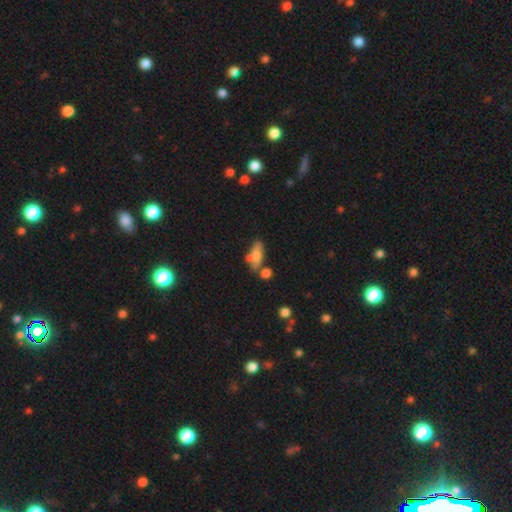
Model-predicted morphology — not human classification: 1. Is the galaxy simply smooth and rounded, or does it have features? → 68% smooth, 23% featured or disk, 10% star or artifact.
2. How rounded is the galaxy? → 65% in between, 30% cigar-shaped, 5% round.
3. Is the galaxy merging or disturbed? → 47% none, 23% merger, 20% minor disturbance, 9% major disturbance.